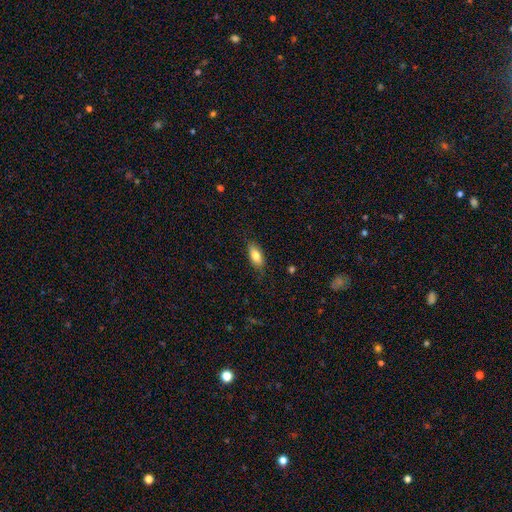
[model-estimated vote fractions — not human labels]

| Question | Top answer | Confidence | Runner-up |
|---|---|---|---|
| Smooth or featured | smooth | 79% | featured or disk (14%) |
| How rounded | in between | 84% | cigar-shaped (12%) |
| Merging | none | 81% | minor disturbance (15%) |